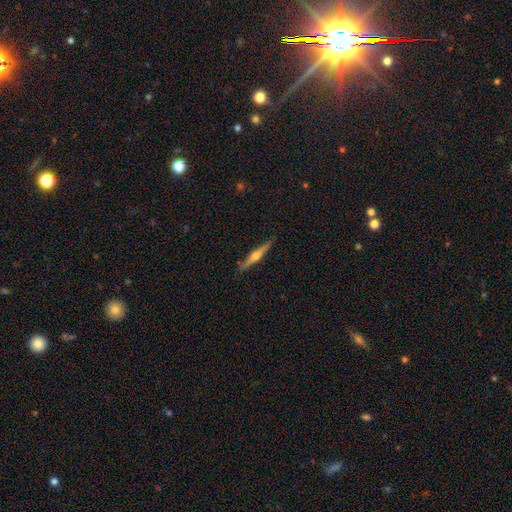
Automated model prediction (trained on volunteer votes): Smooth or featured: featured or disk — 69% (smooth — 25%)
Edge-on disk: yes — 98% (no — 2%)
Edge-on bulge: rounded — 92% (none — 5%)
Merging: none — 89% (minor disturbance — 8%)